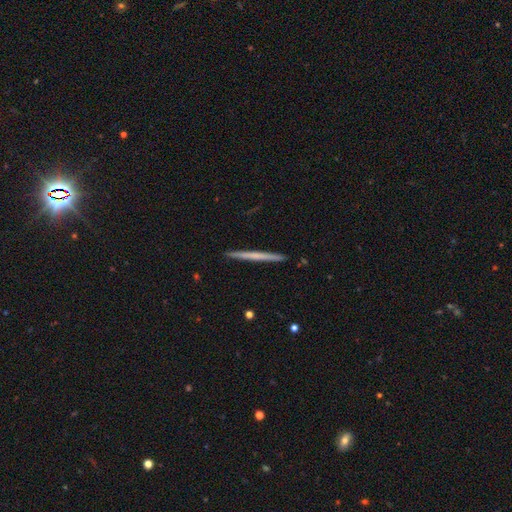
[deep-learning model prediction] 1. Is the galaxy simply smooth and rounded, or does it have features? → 48% featured or disk, 46% smooth, 5% star or artifact.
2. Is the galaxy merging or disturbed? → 93% none, 5% minor disturbance, 1% merger, 1% major disturbance.